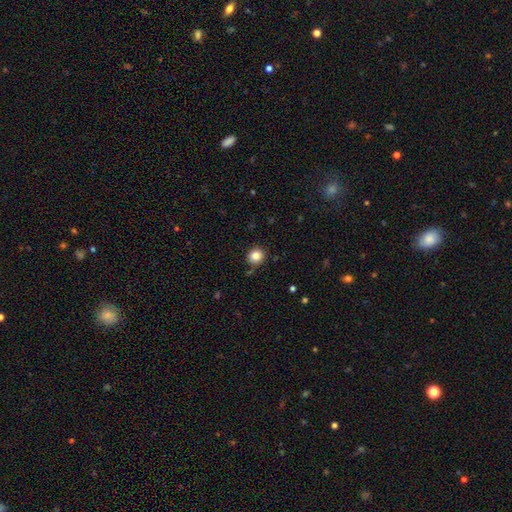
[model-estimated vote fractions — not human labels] Q: Smooth or featured?
A: smooth (84%); runner-up: star or artifact (11%)
Q: How rounded?
A: round (89%); runner-up: in between (10%)
Q: Merging?
A: none (87%); runner-up: minor disturbance (8%)